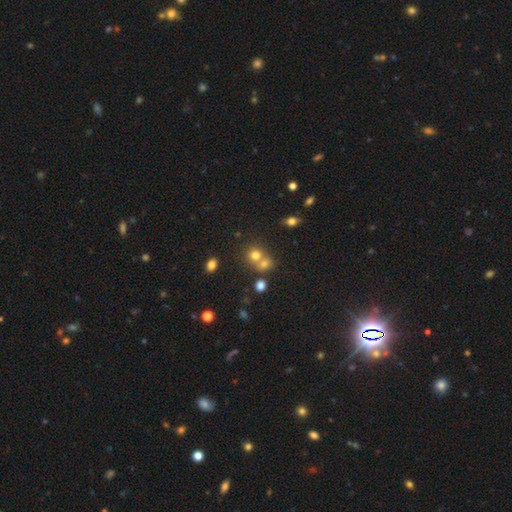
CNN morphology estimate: Q: Smooth or featured?
A: smooth (72%); runner-up: star or artifact (16%)
Q: How rounded?
A: round (79%); runner-up: in between (20%)
Q: Merging?
A: merger (49%); runner-up: none (41%)